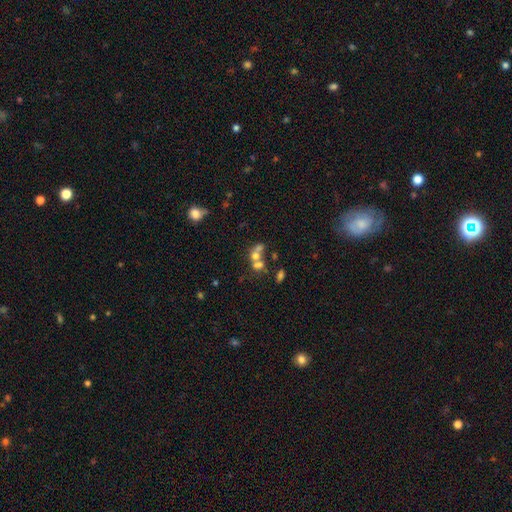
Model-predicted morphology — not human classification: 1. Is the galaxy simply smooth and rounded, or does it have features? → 55% smooth, 27% featured or disk, 18% star or artifact.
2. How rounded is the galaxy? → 49% in between, 48% round, 3% cigar-shaped.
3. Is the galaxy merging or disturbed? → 60% merger, 23% none, 8% major disturbance, 8% minor disturbance.